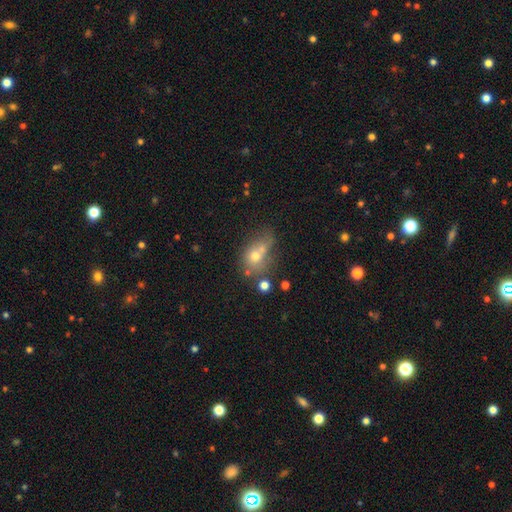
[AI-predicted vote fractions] smooth_or_featured: smooth (p=0.63) [alt: featured or disk p=0.21]
how_rounded: round (p=0.50) [alt: in between p=0.47]
merging: merger (p=0.43) [alt: none p=0.27]